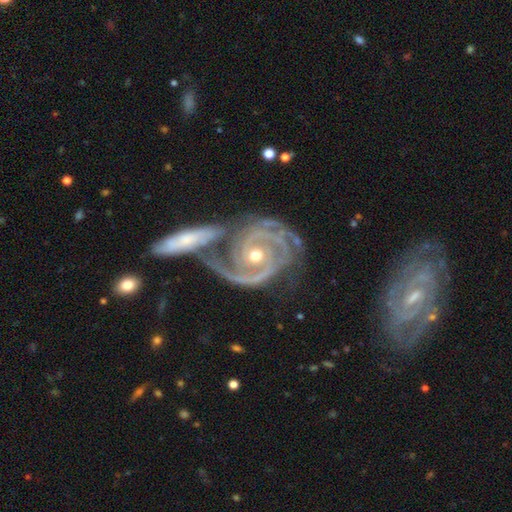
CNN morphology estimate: type=featured or disk (92%); edge-on=no (97%); bar=no (65%); spiral arms=yes (98%); winding=tight (66%); arm count=2 (44%); bulge=moderate (63%); merging=merger (40%).